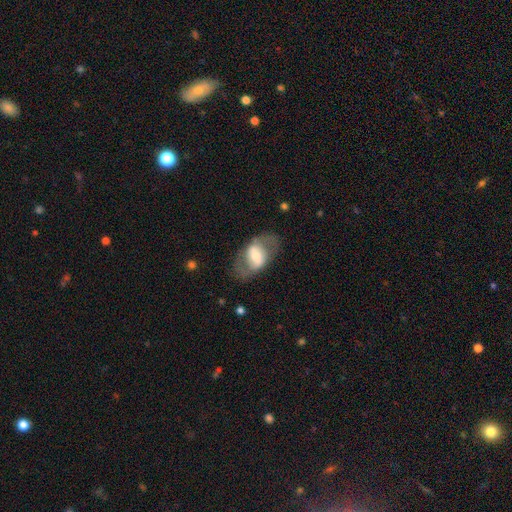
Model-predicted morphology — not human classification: This is possibly a featured or disk galaxy (55%). It is clearly not viewed edge-on (91%). Merging: likely none (68%).